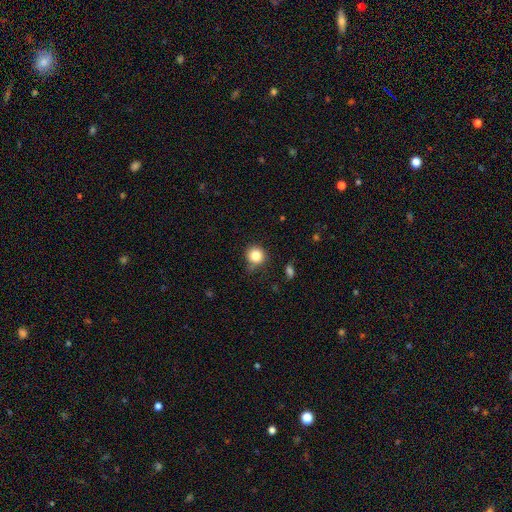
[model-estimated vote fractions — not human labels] The model was most divided on "merging": none: 72%, minor disturbance: 20%, major disturbance: 5%, merger: 3%. More confident: how rounded — round (91%); smooth or featured — smooth (83%).